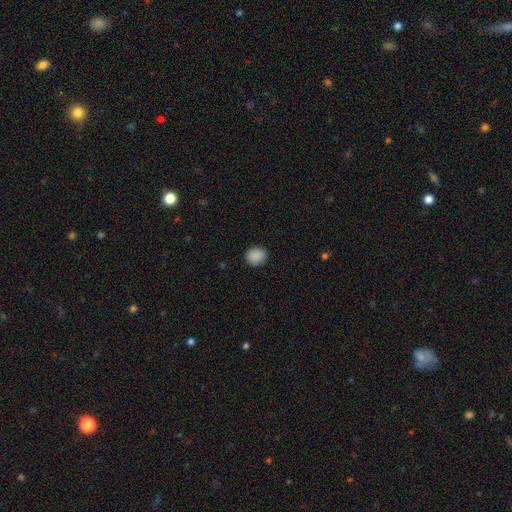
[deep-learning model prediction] smooth_or_featured: smooth (p=0.89) [alt: star or artifact p=0.09]
how_rounded: round (p=0.74) [alt: in between p=0.25]
merging: none (p=0.89) [alt: minor disturbance p=0.08]